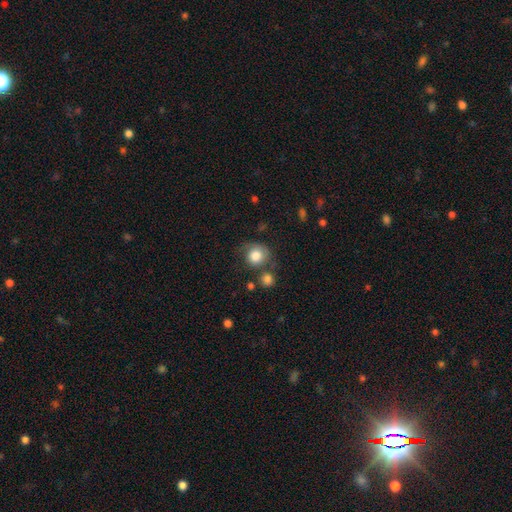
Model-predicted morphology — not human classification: Overall: smooth (79%). How rounded: round (84%). Merging: none (56%; minor disturbance 22%).